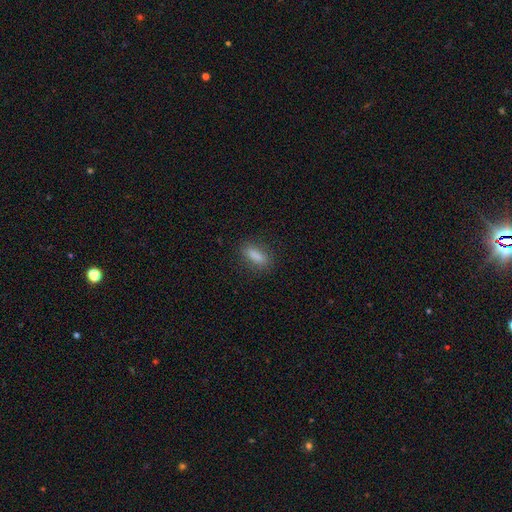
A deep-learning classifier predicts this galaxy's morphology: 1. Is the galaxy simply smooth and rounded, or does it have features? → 84% smooth, 9% star or artifact, 7% featured or disk.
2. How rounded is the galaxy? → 63% in between, 33% cigar-shaped, 4% round.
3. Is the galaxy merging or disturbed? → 83% none, 12% minor disturbance, 4% major disturbance, 1% merger.